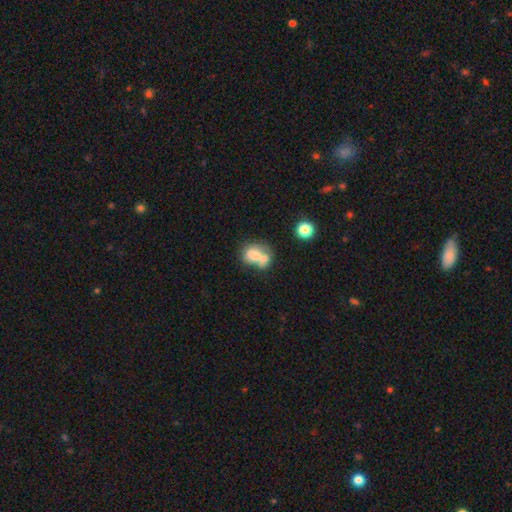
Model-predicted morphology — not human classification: A smooth galaxy with no disk features (65%) that is in between round and cigar-shaped (60%).

Vote fractions:
- Smooth or featured? smooth: 65% / featured or disk: 25% / star or artifact: 10%
- How rounded? in between: 60% / round: 38% / cigar-shaped: 1%
- Merging? merger: 59% / none: 21% / minor disturbance: 11% / major disturbance: 9%